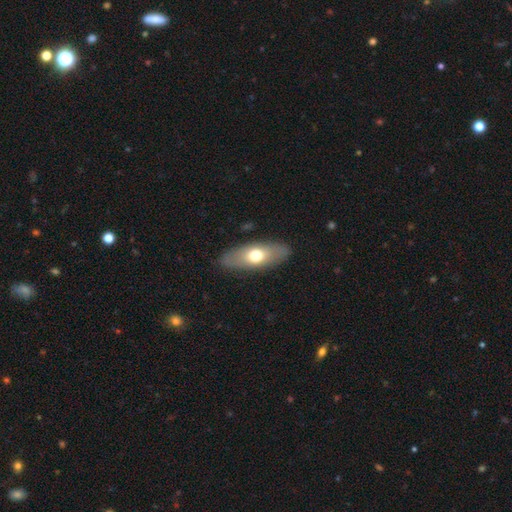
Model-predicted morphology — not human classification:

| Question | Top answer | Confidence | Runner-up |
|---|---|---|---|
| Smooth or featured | smooth | 61% | featured or disk (34%) |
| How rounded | in between | 77% | cigar-shaped (19%) |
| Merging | none | 85% | minor disturbance (11%) |